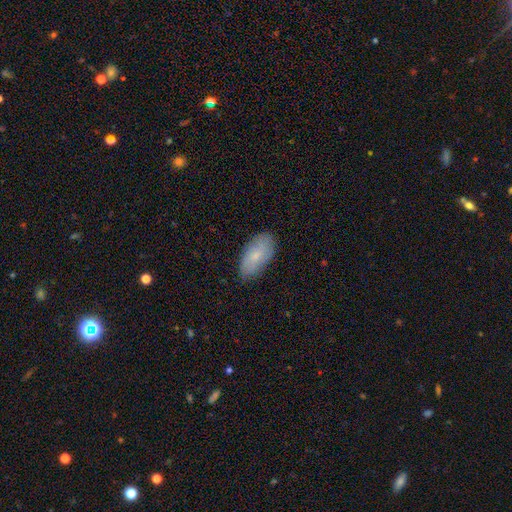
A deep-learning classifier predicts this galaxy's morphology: This appears to be a smooth galaxy with no disk features (77%) that is in between round and cigar-shaped (93%). Merging: none (83%).